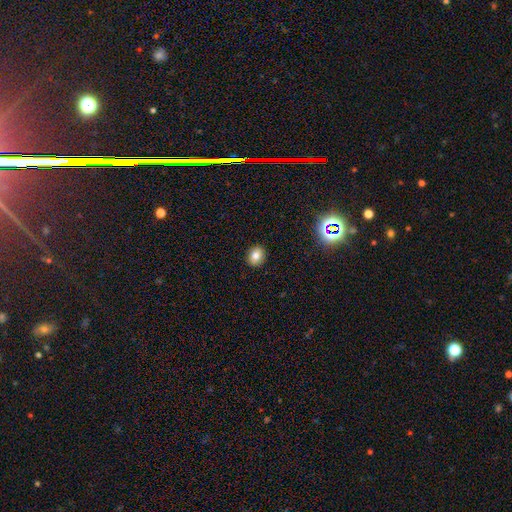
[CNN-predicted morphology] Smooth or featured: smooth — 80% (star or artifact — 11%)
How rounded: in between — 52% (round — 47%)
Merging: none — 91% (minor disturbance — 6%)